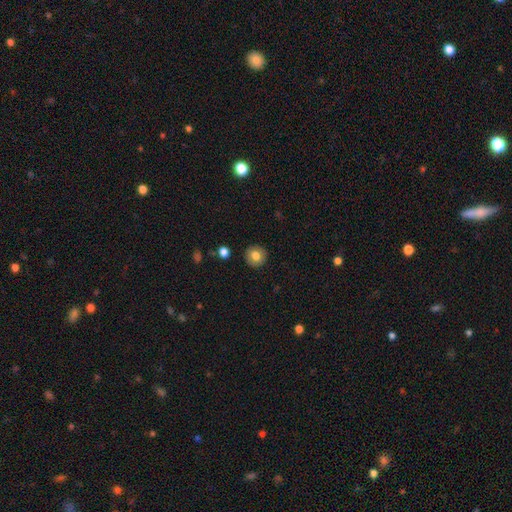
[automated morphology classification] Overall: smooth (80%). How rounded: round (92%). Merging: none (91%).